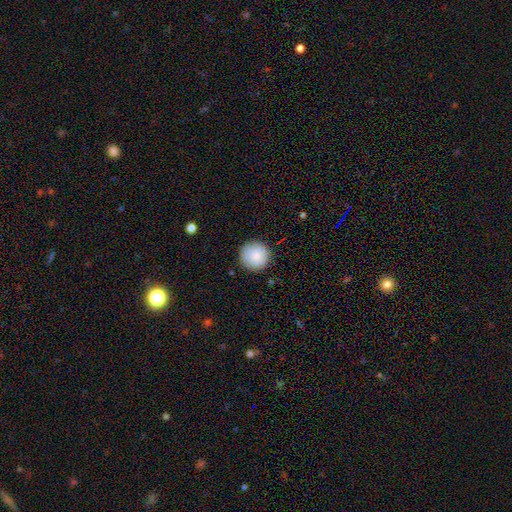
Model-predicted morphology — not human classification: Overall: smooth (86%). How rounded: round (96%). Merging: none (89%).